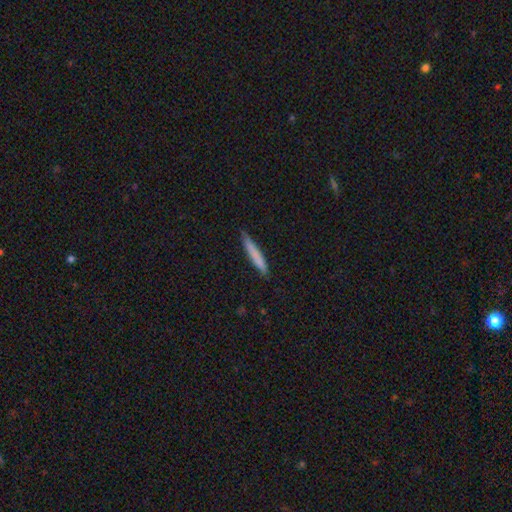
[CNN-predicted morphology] Smooth or featured: smooth — 77% (featured or disk — 17%)
How rounded: cigar-shaped — 95% (in between — 4%)
Merging: none — 84% (minor disturbance — 13%)